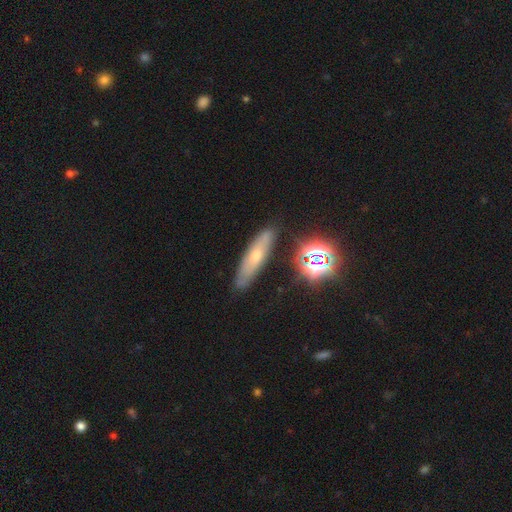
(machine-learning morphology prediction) Overall: smooth (49%; featured or disk 36%). Merging: none (82%).